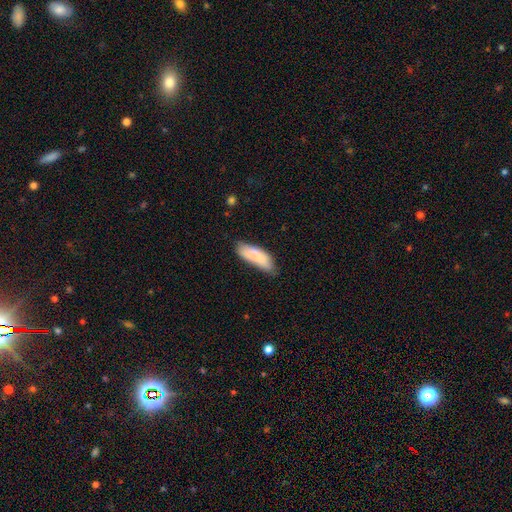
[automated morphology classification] smooth-or-featured: smooth: 83% | featured or disk: 11% | star or artifact: 6%
  how-rounded: in between: 65% | cigar-shaped: 34% | round: 2%
  merging: none: 59% | minor disturbance: 31% | major disturbance: 7% | merger: 3%